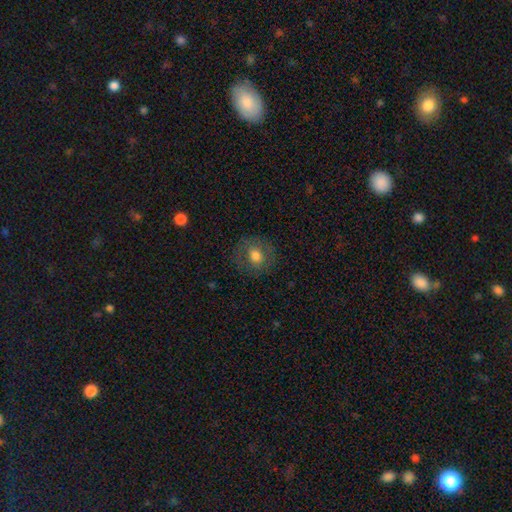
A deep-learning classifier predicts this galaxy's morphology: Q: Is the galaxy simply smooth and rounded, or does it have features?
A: smooth — 68%.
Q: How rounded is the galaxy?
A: round — 75%.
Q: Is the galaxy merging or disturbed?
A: none — 81%.